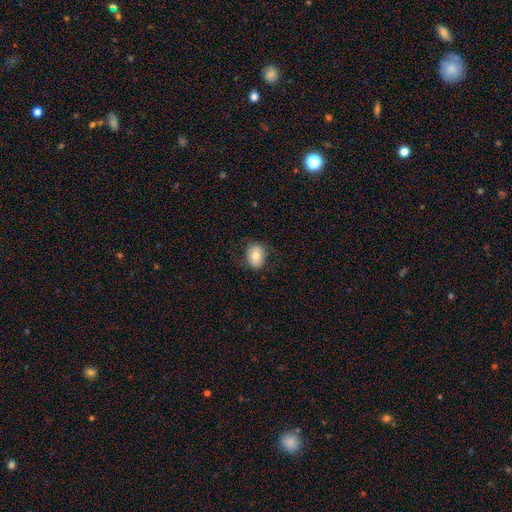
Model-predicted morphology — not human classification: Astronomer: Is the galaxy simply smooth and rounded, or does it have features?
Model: smooth — 74%.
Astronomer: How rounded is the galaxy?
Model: in between — 52% (runner-up: round, 47%).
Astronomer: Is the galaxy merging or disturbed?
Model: none — 80%.